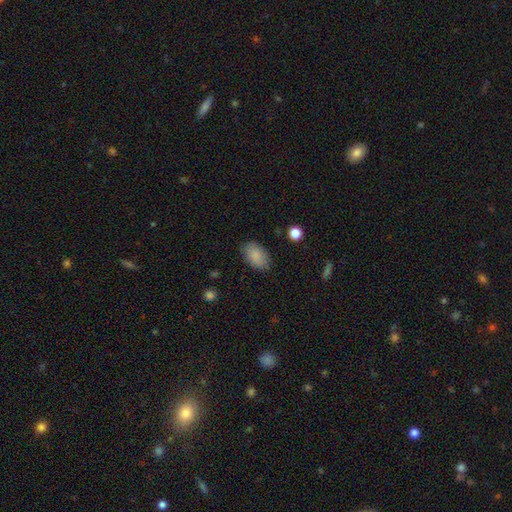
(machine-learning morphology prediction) Smooth or featured: smooth — 87% (star or artifact — 7%)
How rounded: in between — 92% (round — 7%)
Merging: none — 83% (minor disturbance — 13%)